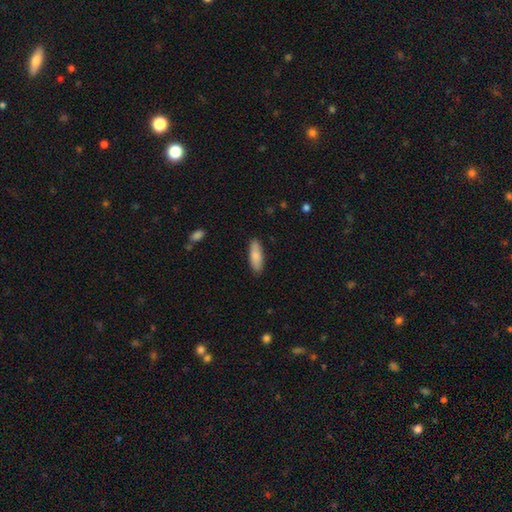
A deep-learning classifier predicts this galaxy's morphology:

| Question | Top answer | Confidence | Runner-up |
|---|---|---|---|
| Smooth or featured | smooth | 82% | featured or disk (12%) |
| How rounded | in between | 55% | cigar-shaped (43%) |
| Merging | none | 87% | minor disturbance (10%) |